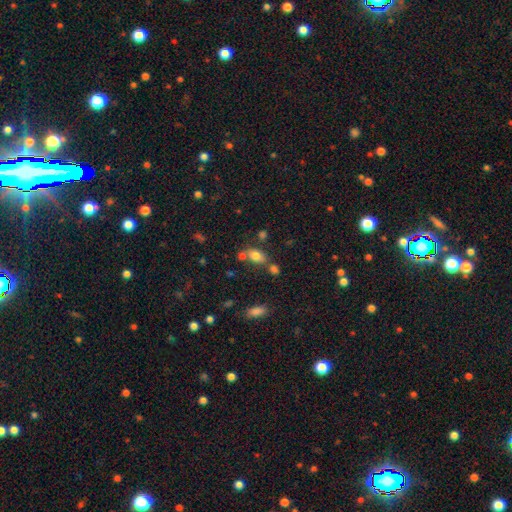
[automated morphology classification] smooth 78%, featured or disk 11%, star or artifact 11%. Down the decision tree: how rounded — in between (84%); merging — none (60%).